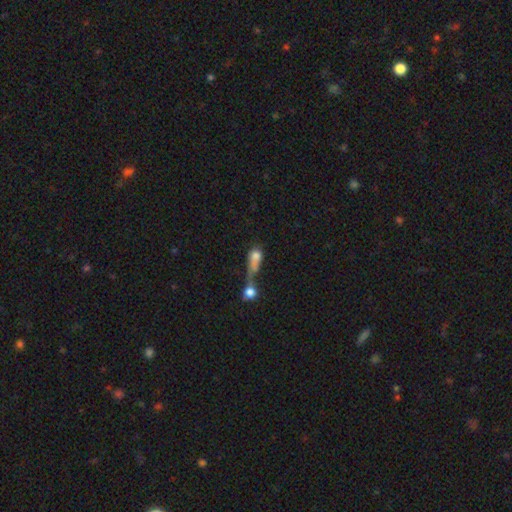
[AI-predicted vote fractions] Q: Smooth or featured?
A: smooth (68%); runner-up: featured or disk (20%)
Q: How rounded?
A: in between (52%); runner-up: round (36%)
Q: Merging?
A: merger (61%); runner-up: major disturbance (16%)